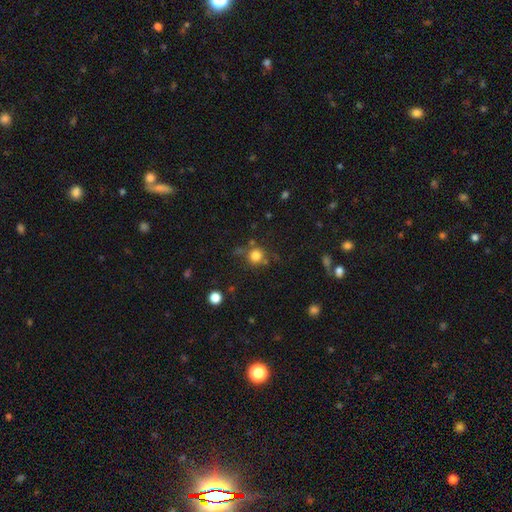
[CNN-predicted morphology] type=smooth (80%); roundness=round (92%); merging=none (74%).